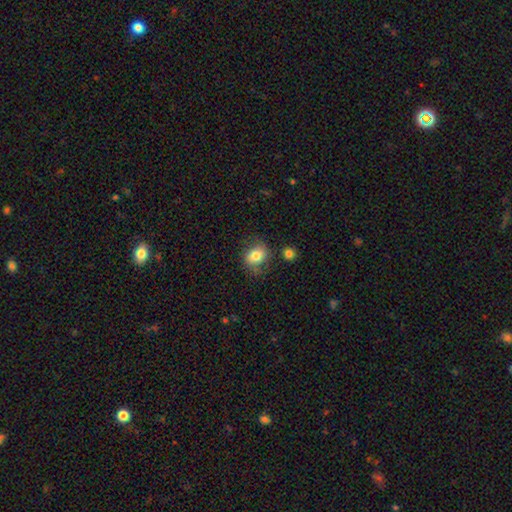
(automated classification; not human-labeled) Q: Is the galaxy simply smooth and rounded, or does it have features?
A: smooth — 77%.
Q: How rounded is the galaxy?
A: round — 51%.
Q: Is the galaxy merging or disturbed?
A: none — 68%.